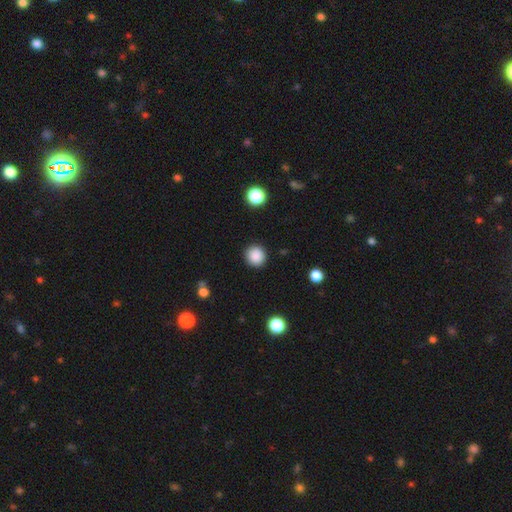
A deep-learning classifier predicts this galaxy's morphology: smooth-or-featured: smooth: 87% | star or artifact: 9% | featured or disk: 3%
  how-rounded: round: 93% | in between: 6% | cigar-shaped: 1%
  merging: none: 91% | minor disturbance: 6% | major disturbance: 2% | merger: 1%